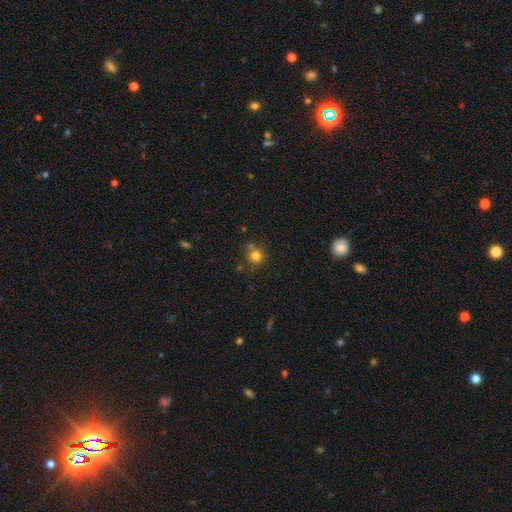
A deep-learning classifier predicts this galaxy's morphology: Q: Smooth or featured?
A: smooth (79%); runner-up: star or artifact (14%)
Q: How rounded?
A: round (91%); runner-up: in between (8%)
Q: Merging?
A: none (72%); runner-up: merger (14%)